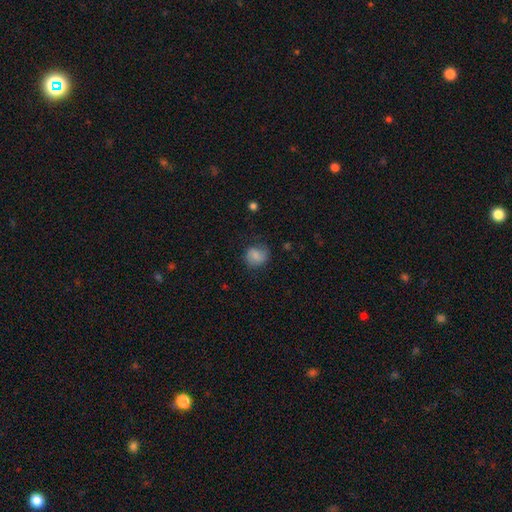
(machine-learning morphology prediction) A smooth galaxy with no disk features (79%) that is round (73%).

Vote fractions:
- Smooth or featured? smooth: 79% / featured or disk: 12% / star or artifact: 9%
- How rounded? round: 73% / in between: 26% / cigar-shaped: 1%
- Merging? none: 72% / minor disturbance: 19% / major disturbance: 7% / merger: 1%